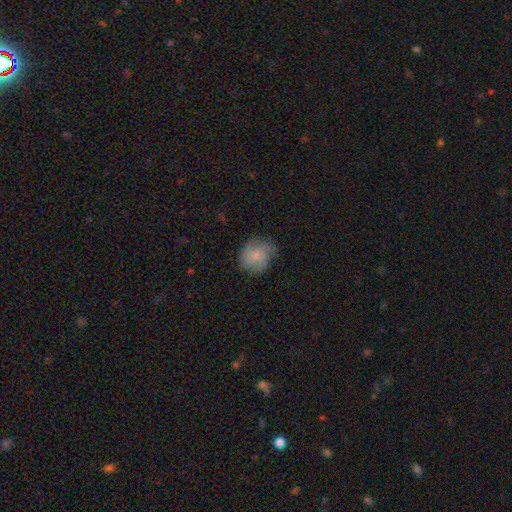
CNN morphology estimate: Smooth or featured? smooth (64%)
How rounded? round (75%)
Merging? none (66%)